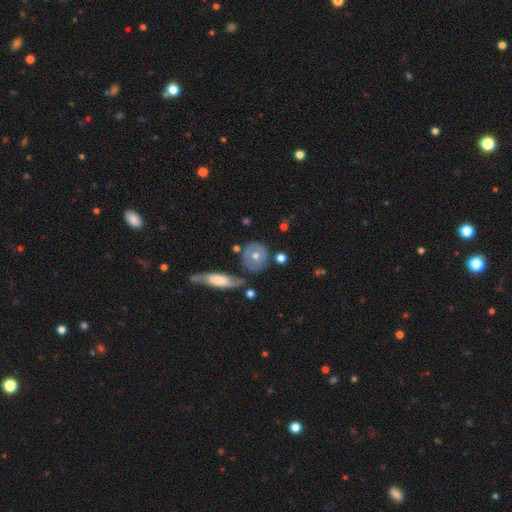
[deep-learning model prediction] Smooth or featured? smooth (50%)
How rounded? round (73%)
Merging? none (67%)